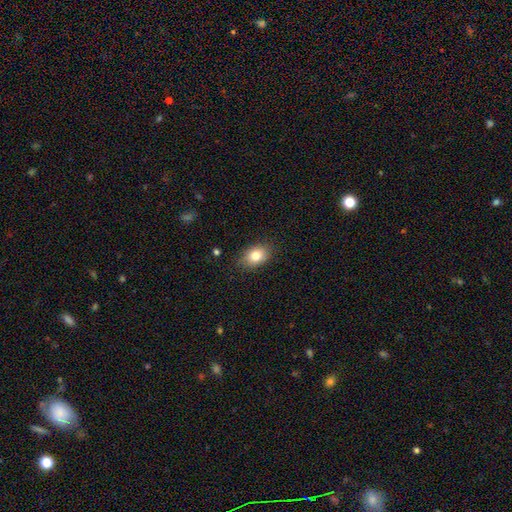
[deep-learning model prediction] smooth_or_featured: smooth (p=0.81) [alt: featured or disk p=0.10]
how_rounded: in between (p=0.77) [alt: round p=0.21]
merging: none (p=0.84) [alt: minor disturbance p=0.12]